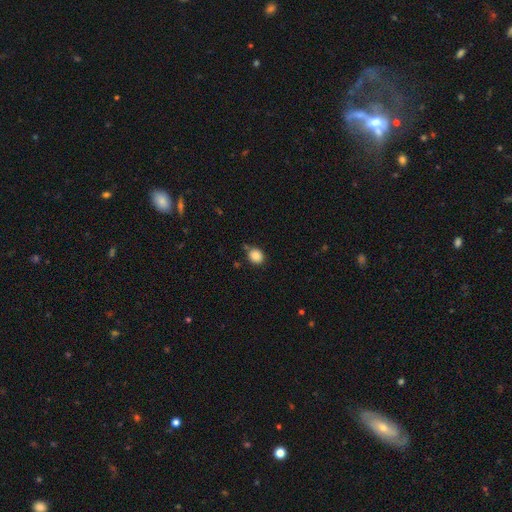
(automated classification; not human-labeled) Smooth or featured: smooth — 86% (star or artifact — 10%)
How rounded: round — 71% (in between — 28%)
Merging: none — 77% (minor disturbance — 14%)